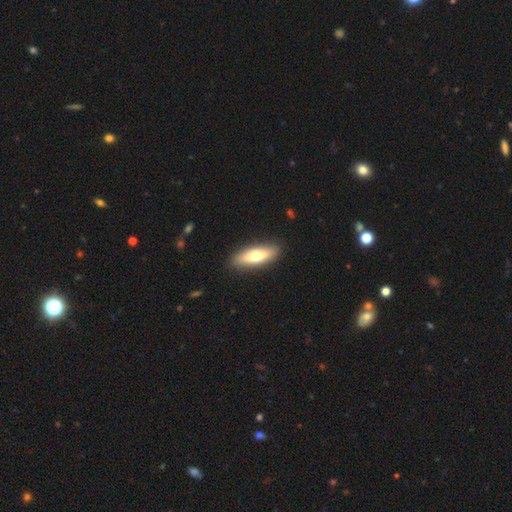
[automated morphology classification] The model was most divided on "how rounded": in between: 52%, cigar-shaped: 46%, round: 2%. More confident: merging — none (89%); smooth or featured — smooth (65%).